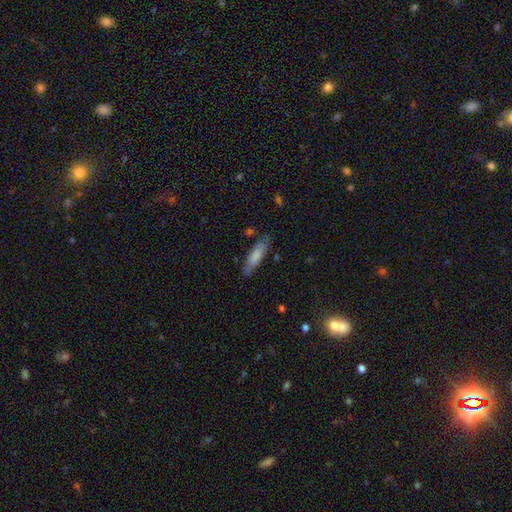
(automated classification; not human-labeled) smooth-or-featured: smooth: 76% | featured or disk: 18% | star or artifact: 6%
  how-rounded: cigar-shaped: 64% | in between: 35% | round: 1%
  merging: none: 77% | minor disturbance: 17% | major disturbance: 4% | merger: 2%